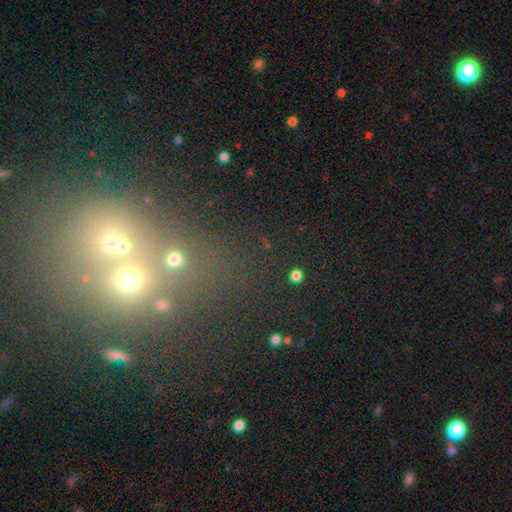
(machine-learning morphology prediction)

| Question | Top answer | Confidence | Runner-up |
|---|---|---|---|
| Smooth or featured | star or artifact | 54% | smooth (31%) |